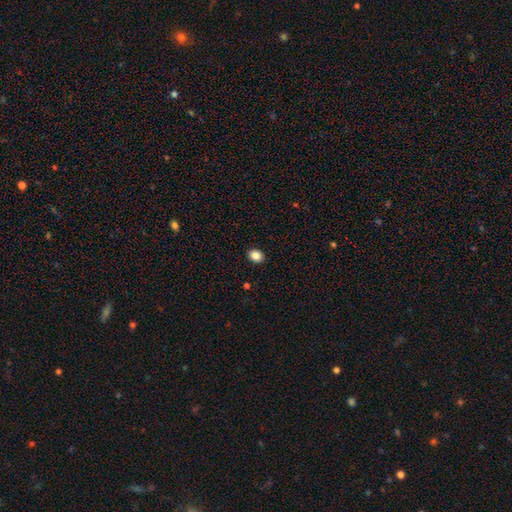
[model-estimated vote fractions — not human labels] A smooth galaxy with no disk features (86%) that is in between round and cigar-shaped (60%).

Vote fractions:
- Smooth or featured? smooth: 86% / star or artifact: 9% / featured or disk: 4%
- How rounded? in between: 60% / round: 39% / cigar-shaped: 1%
- Merging? none: 91% / minor disturbance: 6% / major disturbance: 2% / merger: 1%